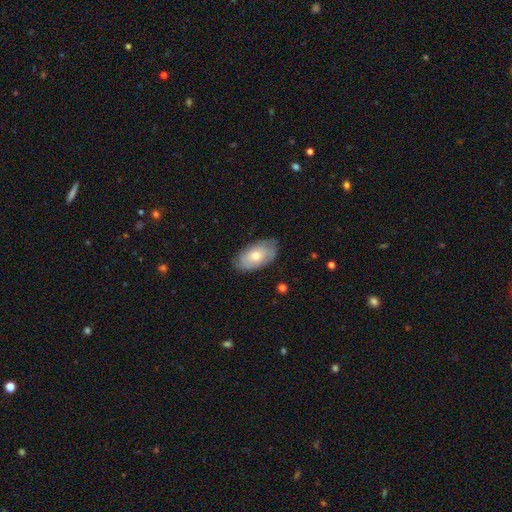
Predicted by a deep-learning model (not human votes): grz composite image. It shows a smooth galaxy with no disk features (50%). Merging: none (78%).